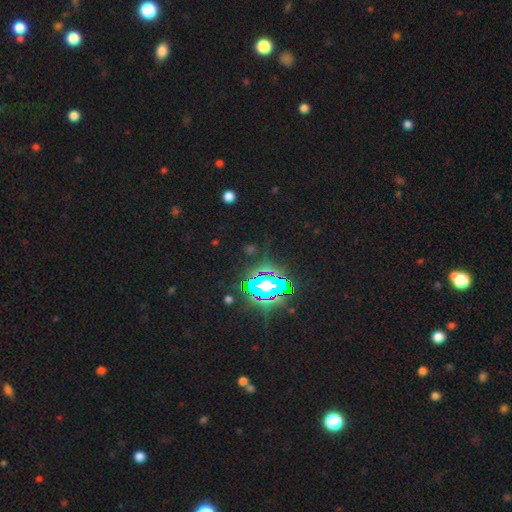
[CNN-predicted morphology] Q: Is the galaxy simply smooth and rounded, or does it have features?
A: star or artifact — 82%.